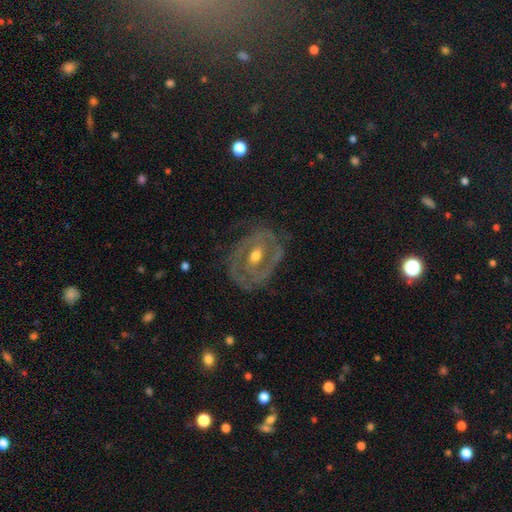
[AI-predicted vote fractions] smooth-or-featured: featured or disk: 81% | smooth: 13% | star or artifact: 6%
  disk-edge-on: no: 95% | yes: 5%
    bar: no: 40% | weak: 38% | strong: 22%
    has-spiral-arms: yes: 68% | no: 32%
      spiral-winding: tight: 58% | medium: 30% | loose: 12%
      spiral-arm-count: 2: 44% | can't tell: 31% | 3: 9% | 1: 9% | 4: 3% | more than 4: 3%
    bulge-size: moderate: 74% | small: 20% | large: 4% | none: 1% | dominant: 1%
  merging: none: 68% | minor disturbance: 20% | major disturbance: 11% | merger: 2%